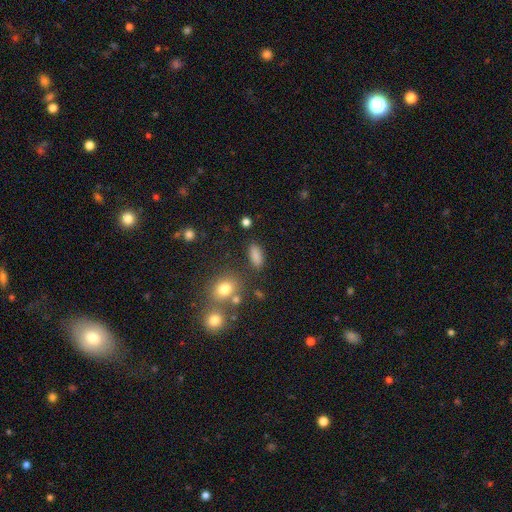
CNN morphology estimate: The model was most divided on "merging": none: 79%, minor disturbance: 12%, merger: 5%, major disturbance: 4%. More confident: smooth or featured — smooth (83%); how rounded — in between (83%).